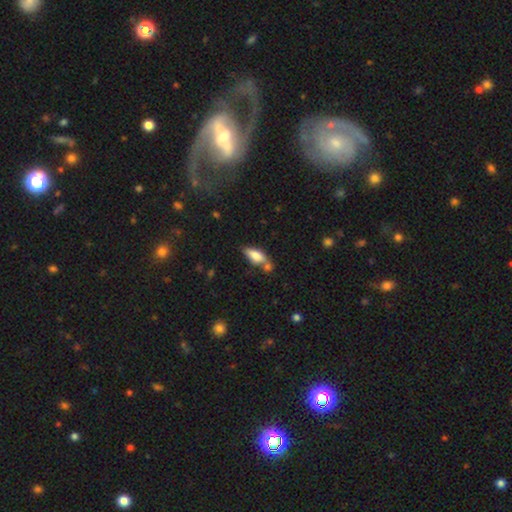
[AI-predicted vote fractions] This is likely a smooth galaxy (75%). How rounded: likely in between (72%). Merging: possibly none (53%).